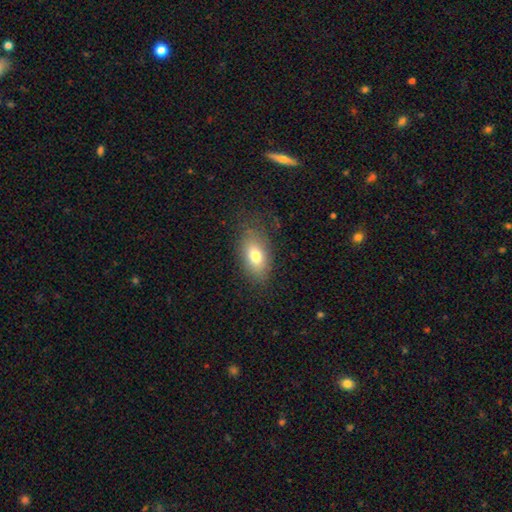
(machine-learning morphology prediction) smooth 74%, featured or disk 16%, star or artifact 10%. Down the decision tree: how rounded — in between (87%); merging — none (76%).